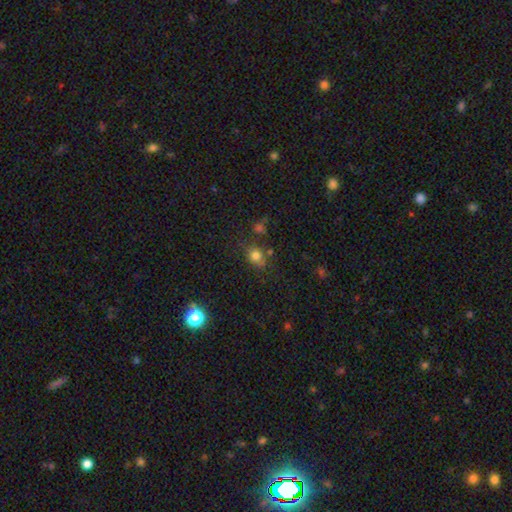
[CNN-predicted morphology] Smooth or featured? Predicted: smooth (p=0.75). How rounded? Predicted: round (p=0.67). Merging? Predicted: none (p=0.65).